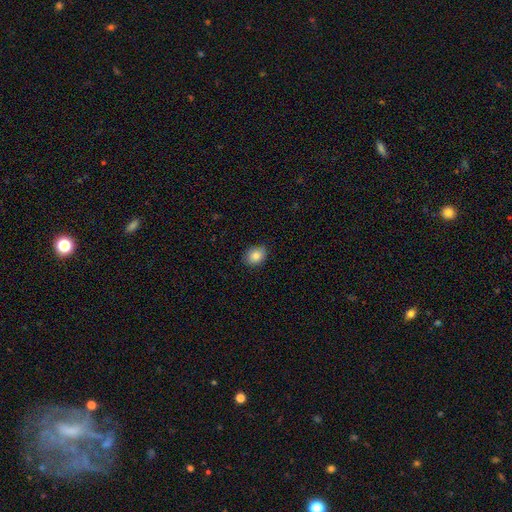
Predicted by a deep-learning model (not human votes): This appears to be a smooth galaxy with no disk features (84%) that is in between round and cigar-shaped (51%). Merging: none (80%).